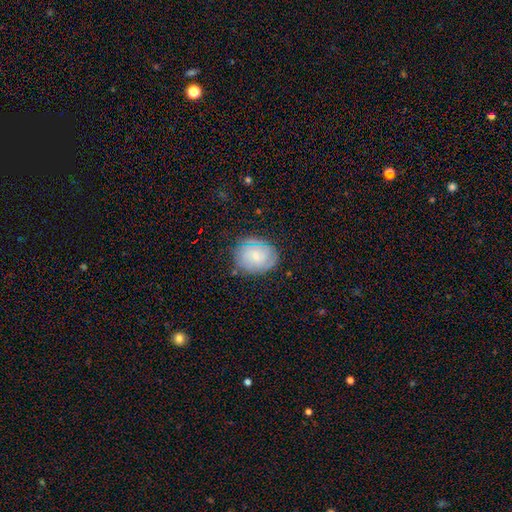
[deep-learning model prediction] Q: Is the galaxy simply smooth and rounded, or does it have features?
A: smooth — 47%.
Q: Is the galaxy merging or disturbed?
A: none — 77%.